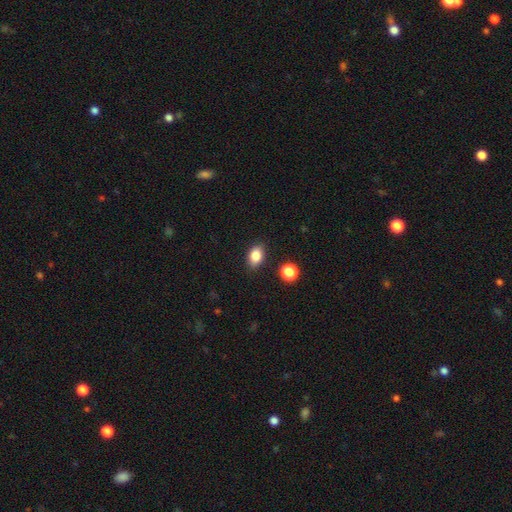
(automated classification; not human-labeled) smooth 84%, star or artifact 10%, featured or disk 6%. Down the decision tree: how rounded — in between (80%); merging — none (85%).